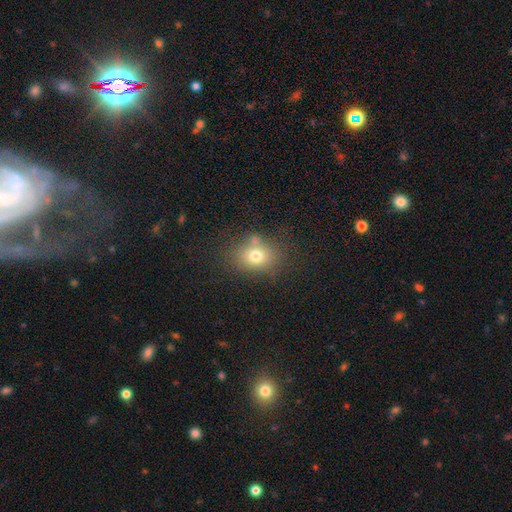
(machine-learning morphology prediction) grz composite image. It shows a smooth galaxy with no disk features (72%) that is round (50%). Merging: none (66%).